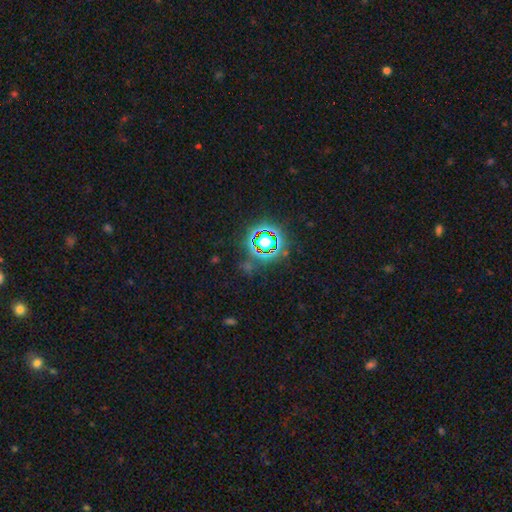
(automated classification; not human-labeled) Q: Smooth or featured?
A: star or artifact (78%); runner-up: smooth (15%)